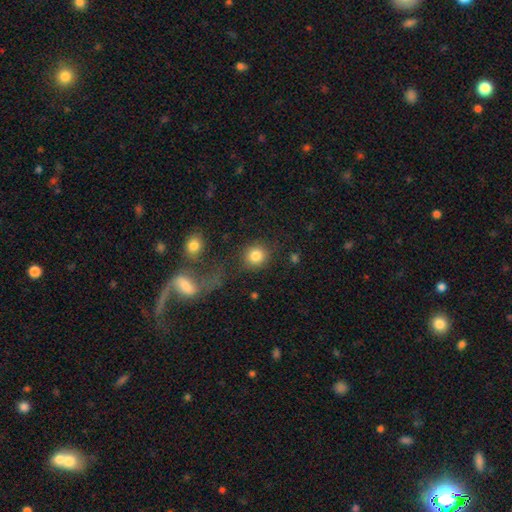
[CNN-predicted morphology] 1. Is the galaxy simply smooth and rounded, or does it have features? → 84% smooth, 9% star or artifact, 7% featured or disk.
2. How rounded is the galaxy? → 88% round, 11% in between, 1% cigar-shaped.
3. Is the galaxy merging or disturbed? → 78% none, 9% minor disturbance, 7% merger, 6% major disturbance.